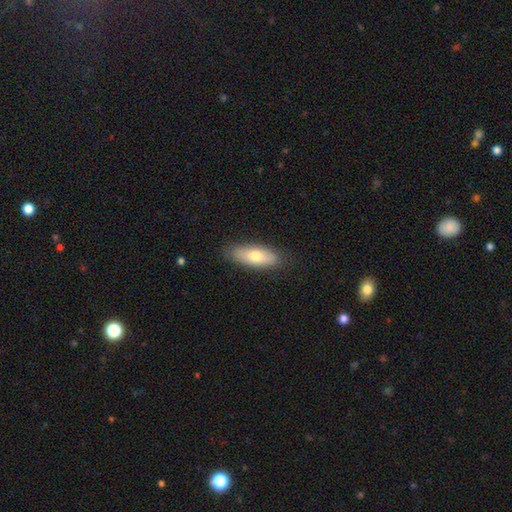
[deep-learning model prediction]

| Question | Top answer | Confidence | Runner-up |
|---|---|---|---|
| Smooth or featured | smooth | 71% | featured or disk (23%) |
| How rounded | in between | 70% | cigar-shaped (28%) |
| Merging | none | 85% | minor disturbance (12%) |